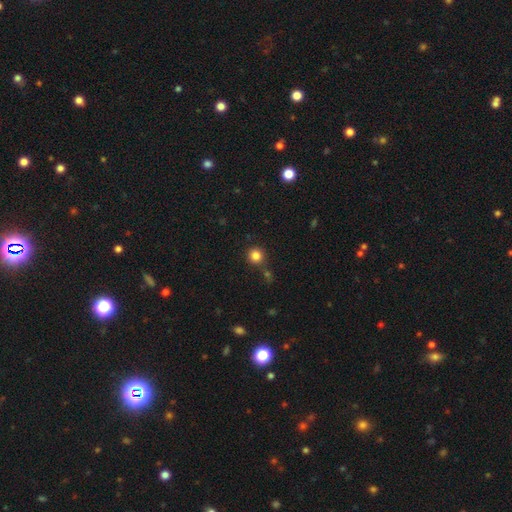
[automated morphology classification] Smooth or featured? smooth (83%)
How rounded? round (93%)
Merging? none (79%)